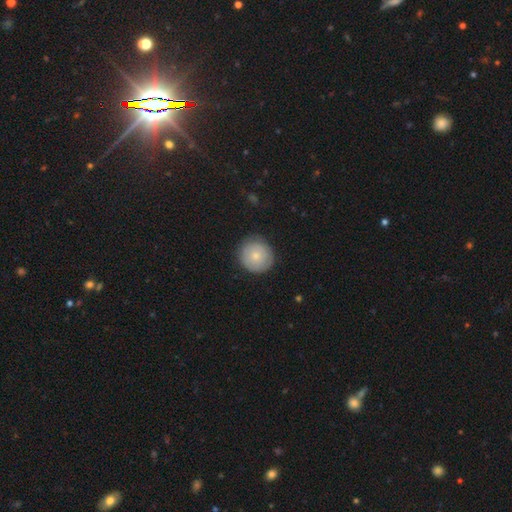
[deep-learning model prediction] This is likely a smooth galaxy (69%). How rounded: clearly round (93%). Merging: clearly none (83%).